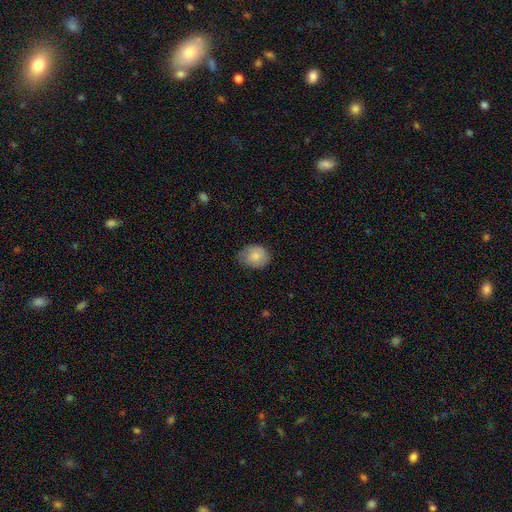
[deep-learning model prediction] Q: Smooth or featured?
A: smooth (81%); runner-up: featured or disk (11%)
Q: How rounded?
A: round (50%); tied with: in between (50%)
Q: Merging?
A: none (62%); runner-up: minor disturbance (31%)